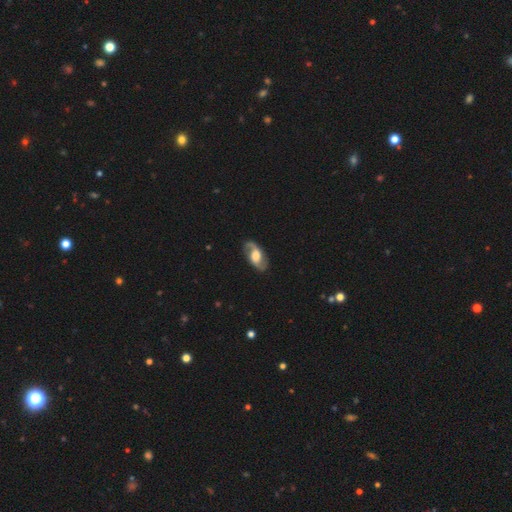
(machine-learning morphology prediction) smooth_or_featured: featured or disk (p=0.81) [alt: smooth p=0.14]
disk_edge_on: no (p=0.95) [alt: yes p=0.05]
bar: no (p=0.46) [alt: weak p=0.40]
has_spiral_arms: yes (p=0.92) [alt: no p=0.08]
spiral_winding: medium (p=0.46) [alt: loose p=0.40]
spiral_arm_count: 2 (p=0.92) [alt: can't tell p=0.03]
bulge_size: moderate (p=0.45) [alt: large p=0.40]
merging: none (p=0.83) [alt: minor disturbance p=0.11]